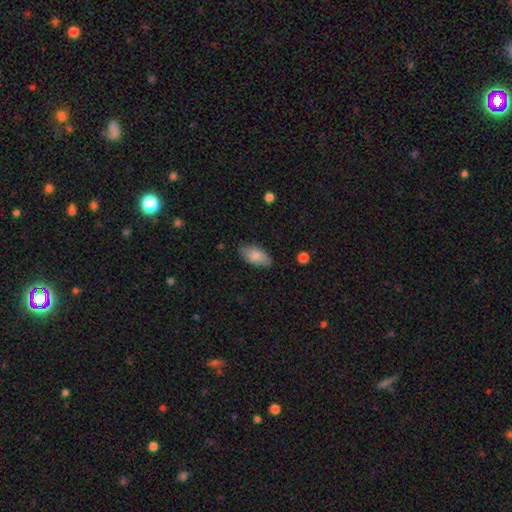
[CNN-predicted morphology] smooth-or-featured: smooth: 82% | featured or disk: 12% | star or artifact: 7%
  how-rounded: in between: 92% | cigar-shaped: 6% | round: 3%
  merging: none: 79% | minor disturbance: 16% | major disturbance: 3% | merger: 1%